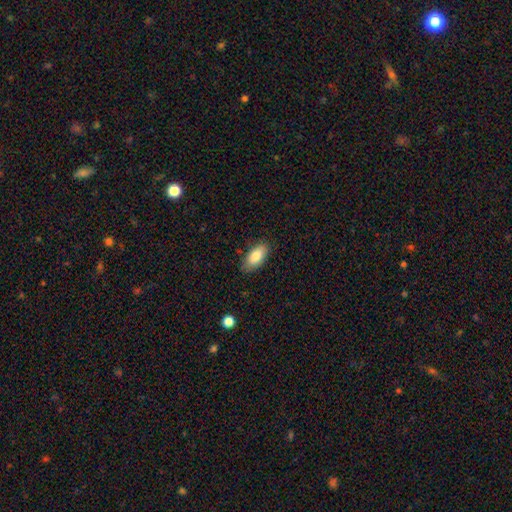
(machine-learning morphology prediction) A smooth galaxy with no disk features (82%) that is in between round and cigar-shaped (91%).

Vote fractions:
- Smooth or featured? smooth: 82% / featured or disk: 11% / star or artifact: 7%
- How rounded? in between: 91% / cigar-shaped: 7% / round: 3%
- Merging? none: 82% / minor disturbance: 15% / major disturbance: 3% / merger: 1%